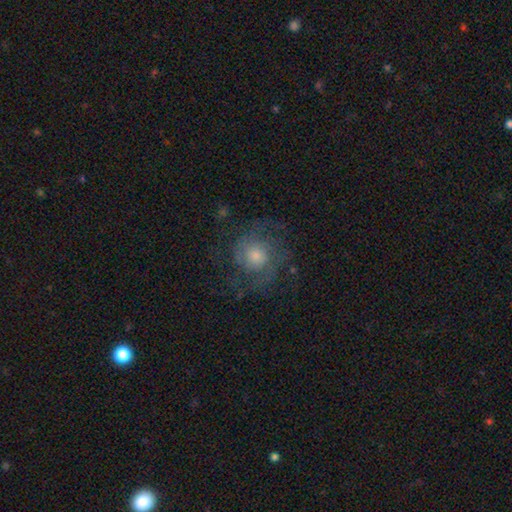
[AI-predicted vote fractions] This appears to be a featured or disk galaxy (61%) with no bar (78%), 2 (41%) medium (45%) spiral arms (85%) and a moderate central bulge (49%). Merging: none (64%).